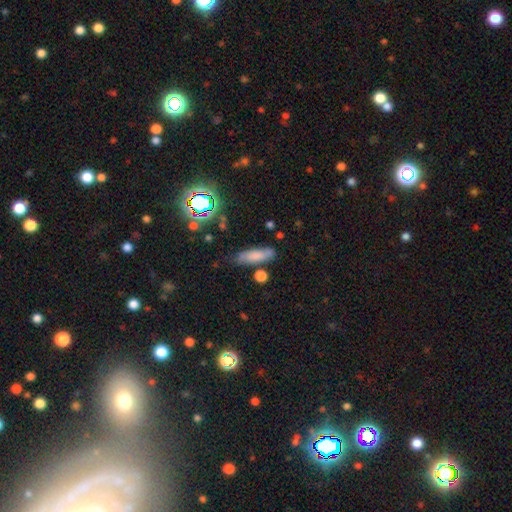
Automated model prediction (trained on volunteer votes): Overall: smooth (72%). How rounded: cigar-shaped (54%; in between 43%). Merging: none (73%).